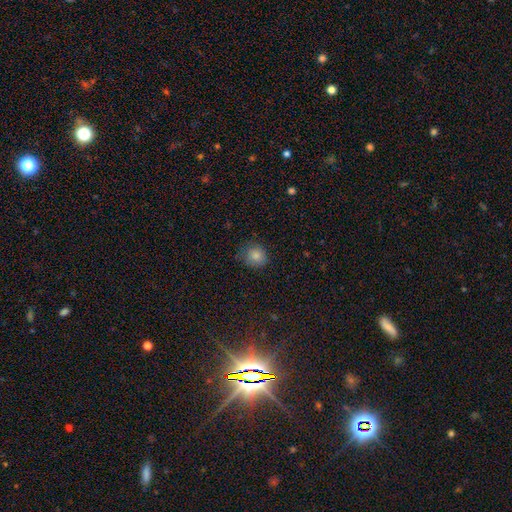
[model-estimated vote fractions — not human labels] smooth-or-featured: smooth: 83% | star or artifact: 11% | featured or disk: 6%
  how-rounded: round: 80% | in between: 19% | cigar-shaped: 1%
  merging: none: 73% | minor disturbance: 21% | major disturbance: 5% | merger: 1%